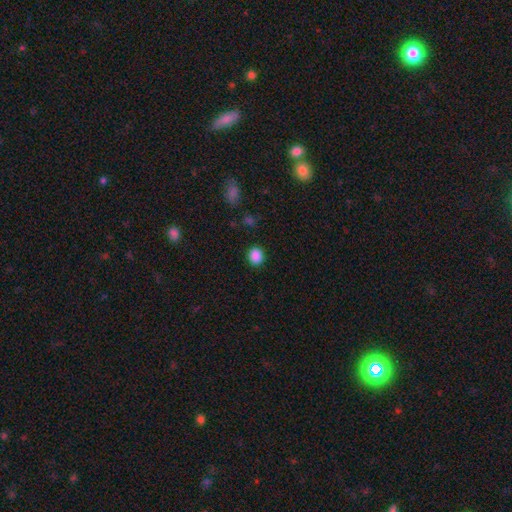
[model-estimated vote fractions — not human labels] A smooth galaxy with no disk features (87%) that is round (76%).

Vote fractions:
- Smooth or featured? smooth: 87% / star or artifact: 10% / featured or disk: 2%
- How rounded? round: 76% / in between: 23% / cigar-shaped: 1%
- Merging? none: 89% / minor disturbance: 7% / major disturbance: 2% / merger: 1%